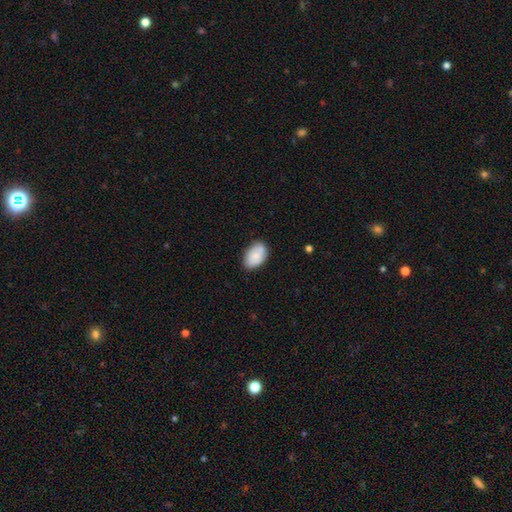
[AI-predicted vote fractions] Smooth or featured? Predicted: smooth (p=0.81). How rounded? Predicted: in between (p=0.90). Merging? Predicted: none (p=0.75).